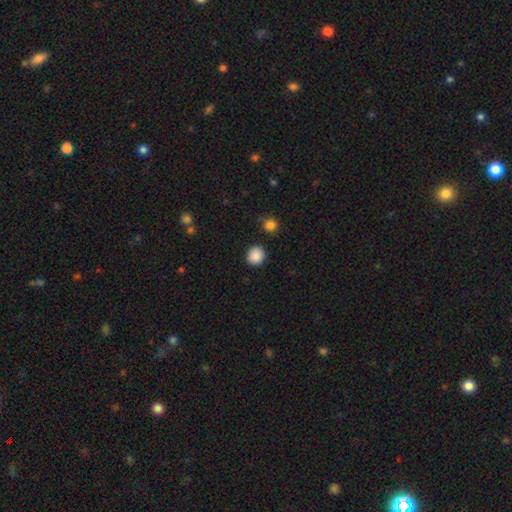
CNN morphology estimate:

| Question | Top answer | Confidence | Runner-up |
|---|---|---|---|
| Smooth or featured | smooth | 88% | star or artifact (9%) |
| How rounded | round | 89% | in between (10%) |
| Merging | none | 89% | minor disturbance (6%) |